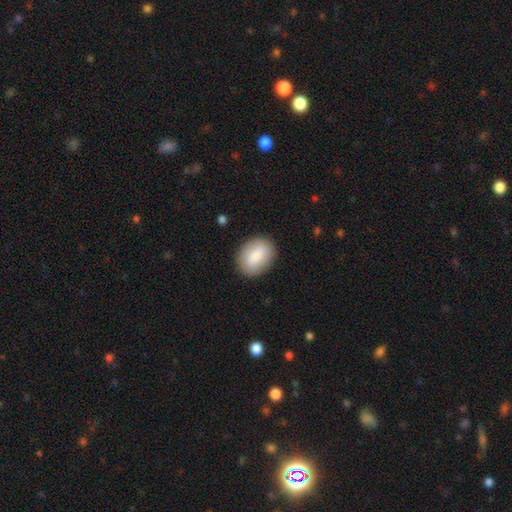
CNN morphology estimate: Q: Smooth or featured?
A: smooth (82%); runner-up: featured or disk (12%)
Q: How rounded?
A: in between (74%); runner-up: round (24%)
Q: Merging?
A: none (87%); runner-up: minor disturbance (9%)